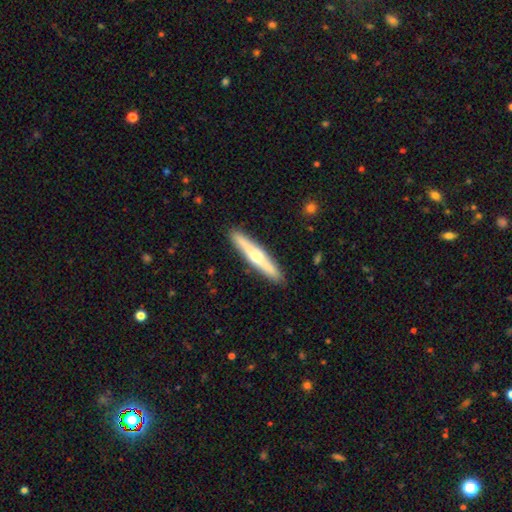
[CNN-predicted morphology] featured or disk 55%, smooth 39%, star or artifact 6%. Down the decision tree: edge-on disk — yes (94%); edge-on bulge — rounded (84%); merging — none (91%).